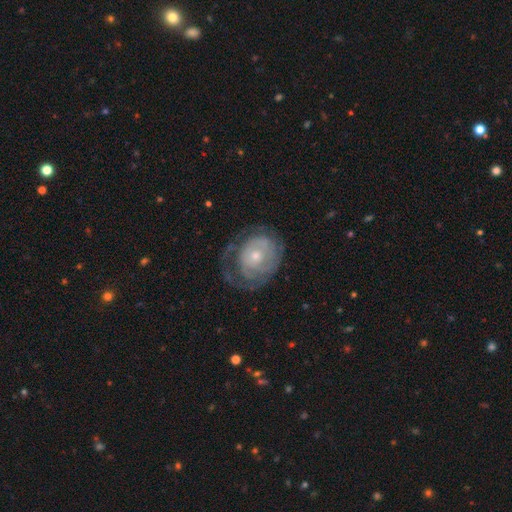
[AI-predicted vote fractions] A featured or disk galaxy (73%) with no bar (79%), tight (70%) spiral arms (77%) and a small central bulge (55%).

Vote fractions:
- Smooth or featured? featured or disk: 73% / smooth: 20% / star or artifact: 7%
- Edge-on disk? no: 97% / yes: 3%
- Bar? no: 79% / weak: 18% / strong: 3%
- Spiral arms? yes: 77% / no: 23%
- Spiral winding? tight: 70% / medium: 20% / loose: 10%
- Spiral arm count? can't tell: 51% / 2: 21% / 1: 14% / 3: 7% / 4: 4% / more than 4: 3%
- Bulge size? small: 55% / moderate: 40% / large: 2% / none: 1% / dominant: 1%
- Merging? none: 54% / minor disturbance: 22% / major disturbance: 22% / merger: 1%